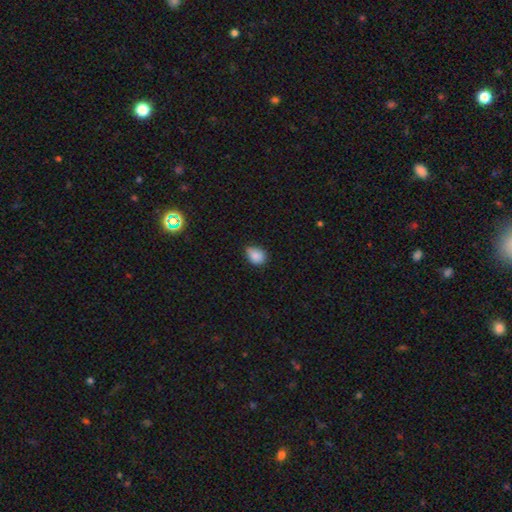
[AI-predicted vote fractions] Smooth or featured? smooth (86%)
How rounded? in between (68%)
Merging? none (60%)